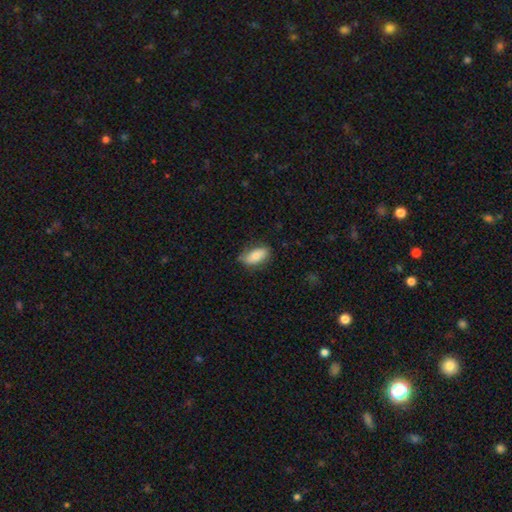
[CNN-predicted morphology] Overall: smooth (76%). How rounded: in between (89%). Merging: none (71%).